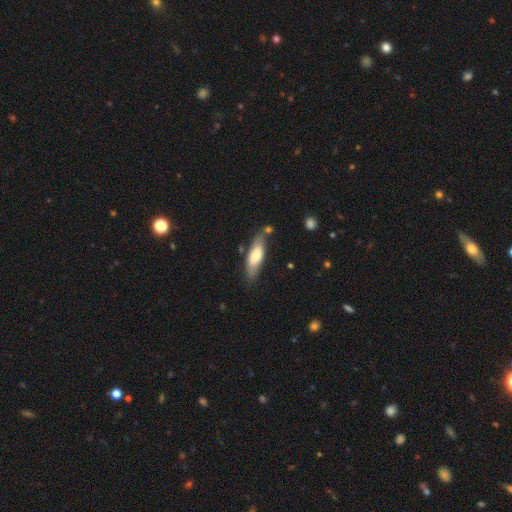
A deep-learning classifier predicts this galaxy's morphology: Overall: smooth (66%; featured or disk 28%). How rounded: in between (50%; cigar-shaped 48%). Merging: none (74%).